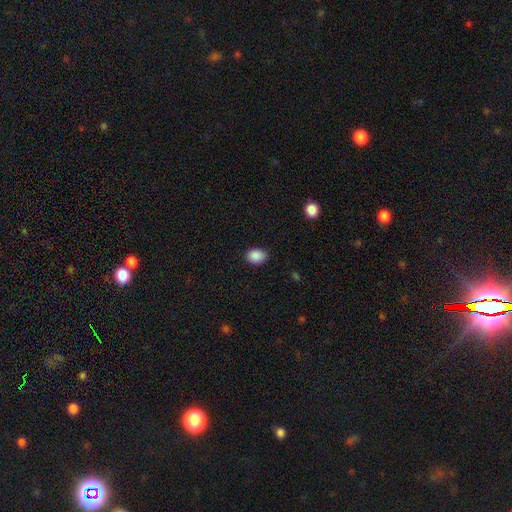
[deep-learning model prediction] Morphology: type=smooth (89%); roundness=in between (67%); merging=none (84%).